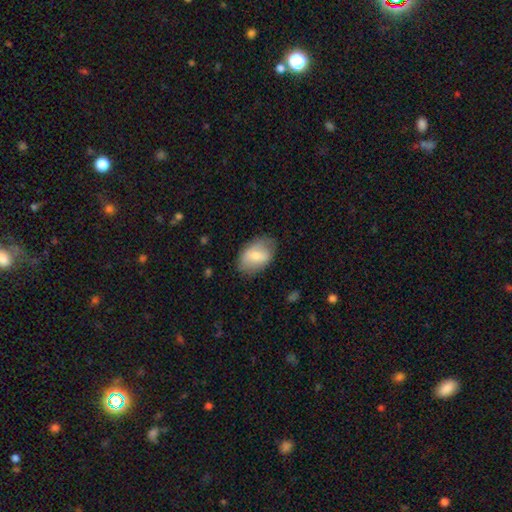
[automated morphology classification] Smooth or featured? Predicted: smooth (p=0.69). How rounded? Predicted: in between (p=0.88). Merging? Predicted: none (p=0.70).